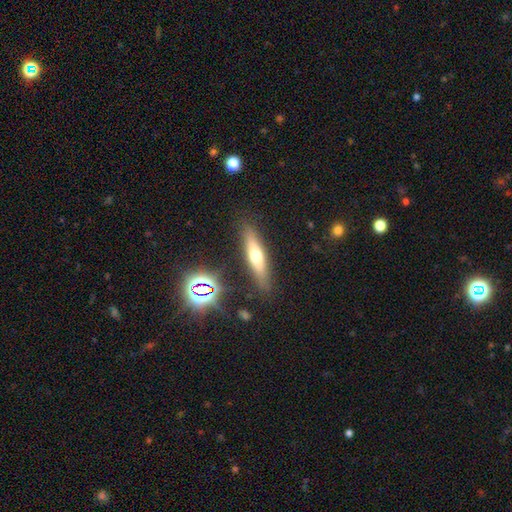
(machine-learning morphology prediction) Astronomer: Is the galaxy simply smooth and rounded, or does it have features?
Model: smooth — 50% (runner-up: featured or disk, 40%).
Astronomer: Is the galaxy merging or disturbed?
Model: none — 86%.